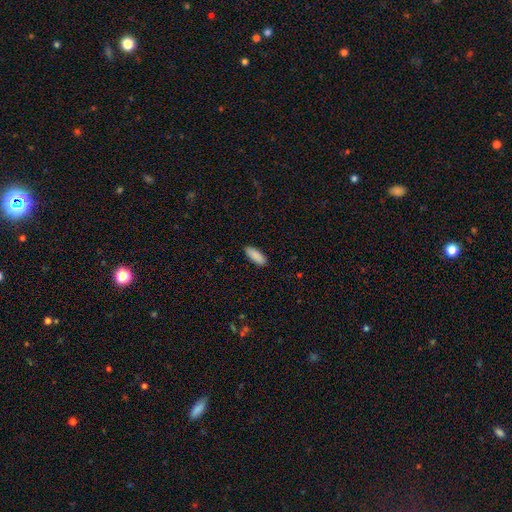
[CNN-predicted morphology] This is clearly a smooth galaxy (90%). How rounded: likely in between (67%). Merging: clearly none (89%).